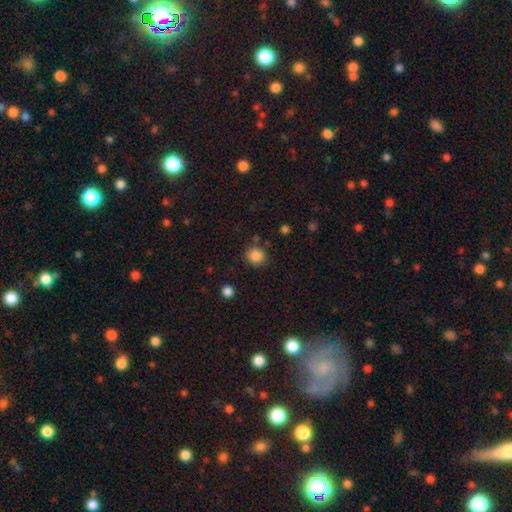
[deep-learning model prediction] Morphology: type=smooth (86%); roundness=round (86%); merging=none (81%).